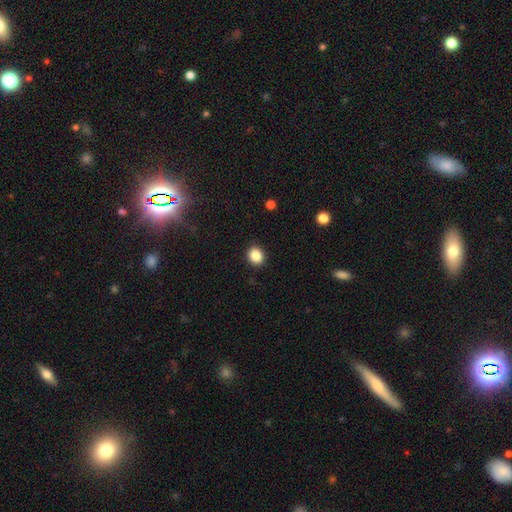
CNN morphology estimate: Overall: smooth (87%). How rounded: round (72%). Merging: none (91%).